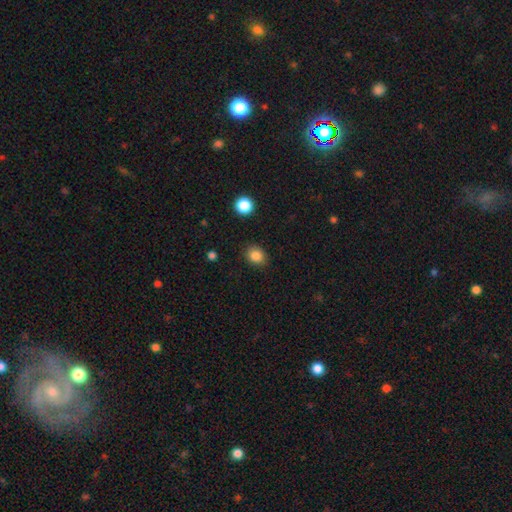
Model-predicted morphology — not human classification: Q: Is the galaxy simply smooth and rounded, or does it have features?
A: smooth — 85%.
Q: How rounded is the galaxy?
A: round — 53%.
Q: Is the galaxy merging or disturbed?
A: none — 86%.